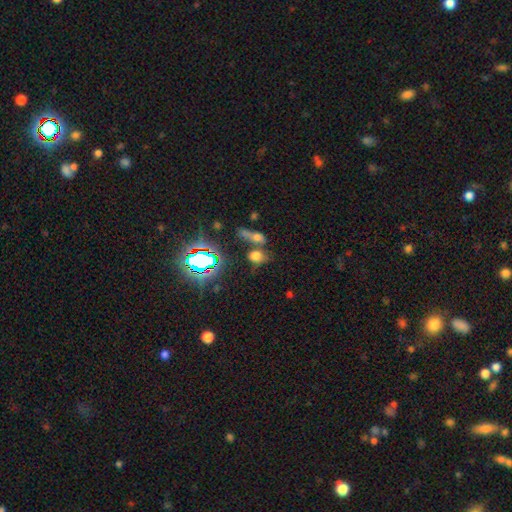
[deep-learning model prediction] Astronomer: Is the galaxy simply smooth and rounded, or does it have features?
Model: smooth — 62%.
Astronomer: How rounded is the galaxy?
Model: in between — 50% (runner-up: round, 45%).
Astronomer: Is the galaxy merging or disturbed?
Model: none — 47% (runner-up: merger, 32%).